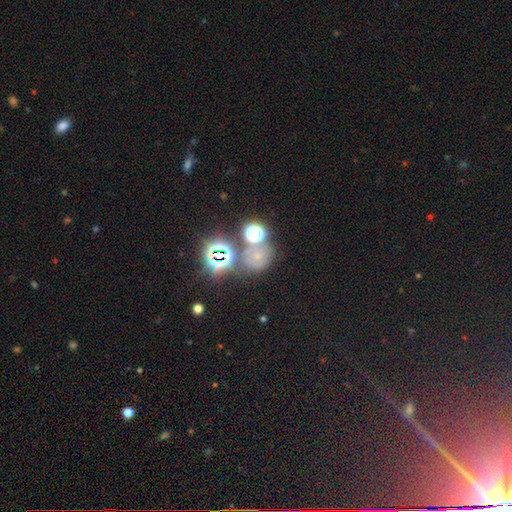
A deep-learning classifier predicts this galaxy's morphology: A star or artifact, not a galaxy (47%).

Vote fractions:
- Smooth or featured? star or artifact: 47% / smooth: 36% / featured or disk: 17%